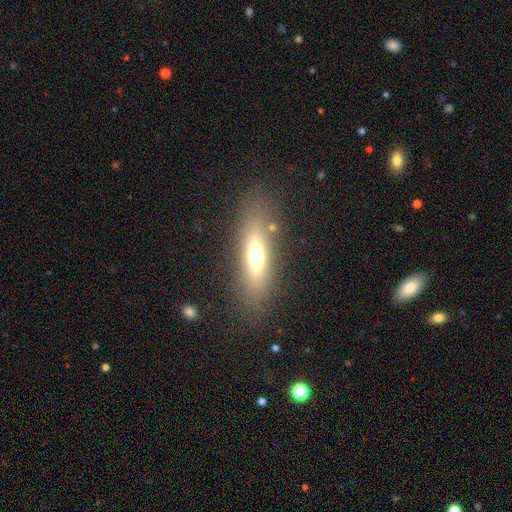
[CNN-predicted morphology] Smooth or featured: smooth — 52% (featured or disk — 38%)
How rounded: cigar-shaped — 61% (in between — 36%)
Merging: none — 82% (minor disturbance — 11%)